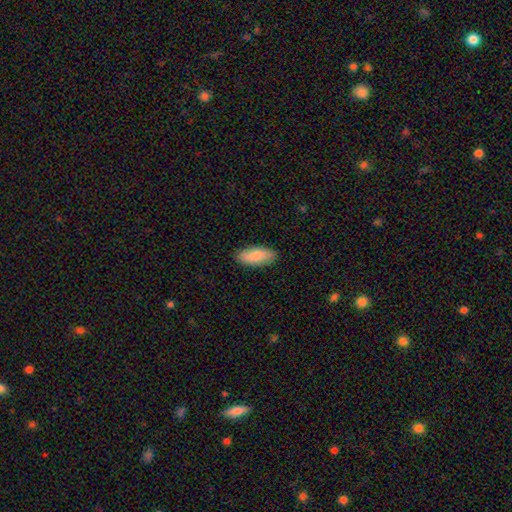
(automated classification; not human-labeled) Smooth or featured?
  - smooth: 84% *
  - featured or disk: 10%
  - star or artifact: 5%
How rounded?
  - in between: 86% *
  - cigar-shaped: 13%
  - round: 2%
Merging?
  - none: 87% *
  - minor disturbance: 10%
  - major disturbance: 2%
  - merger: 1%